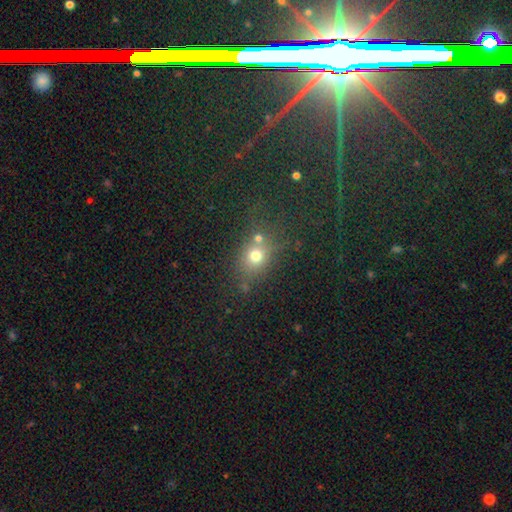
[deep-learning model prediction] Q: Smooth or featured?
A: smooth (66%); runner-up: star or artifact (20%)
Q: How rounded?
A: round (60%); runner-up: in between (38%)
Q: Merging?
A: none (54%); runner-up: merger (25%)